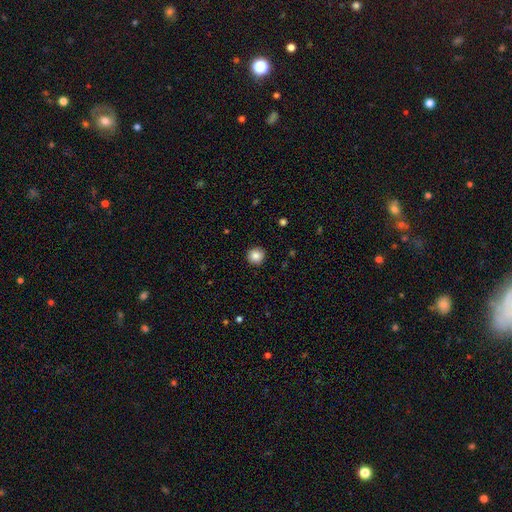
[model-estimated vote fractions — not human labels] smooth 85%, star or artifact 10%, featured or disk 5%. Down the decision tree: how rounded — round (94%); merging — none (92%).